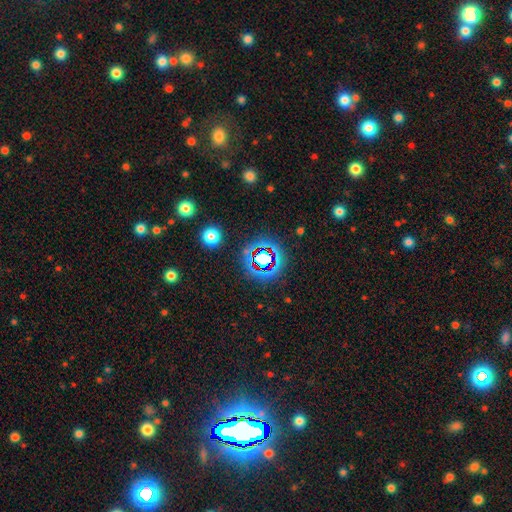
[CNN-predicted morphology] Smooth or featured?
  - star or artifact: 78% *
  - smooth: 13%
  - featured or disk: 9%